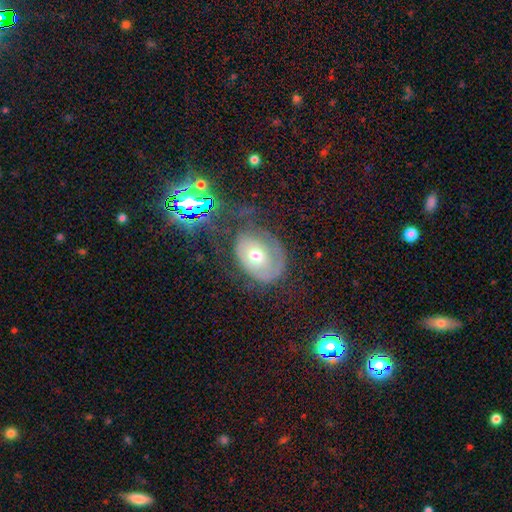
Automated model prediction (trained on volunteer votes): Morphology: type=featured or disk (51%); edge-on=no (94%); merging=none (39%).